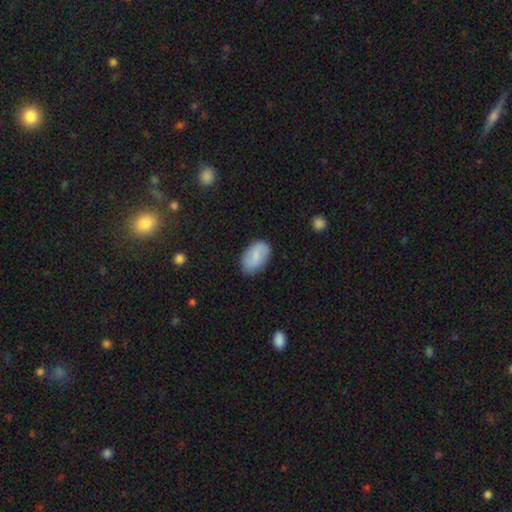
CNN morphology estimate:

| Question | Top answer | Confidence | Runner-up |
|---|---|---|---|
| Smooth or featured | smooth | 72% | featured or disk (21%) |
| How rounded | in between | 91% | round (7%) |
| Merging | none | 80% | minor disturbance (15%) |